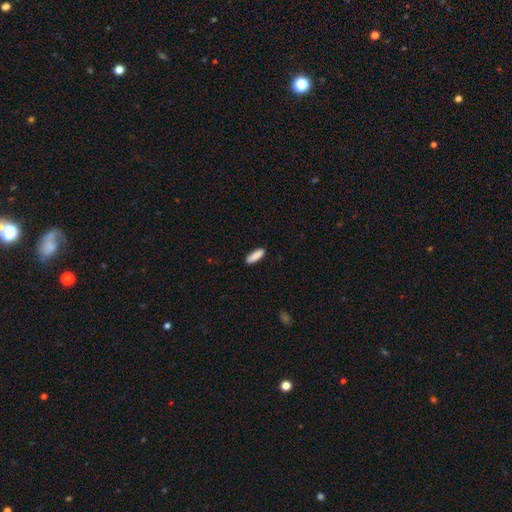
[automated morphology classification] Smooth or featured?
  - smooth: 89% *
  - star or artifact: 6%
  - featured or disk: 5%
How rounded?
  - in between: 49% * (tied)
  - cigar-shaped: 49% * (tied)
  - round: 2%
Merging?
  - none: 89% *
  - minor disturbance: 9%
  - major disturbance: 2%
  - merger: 1%